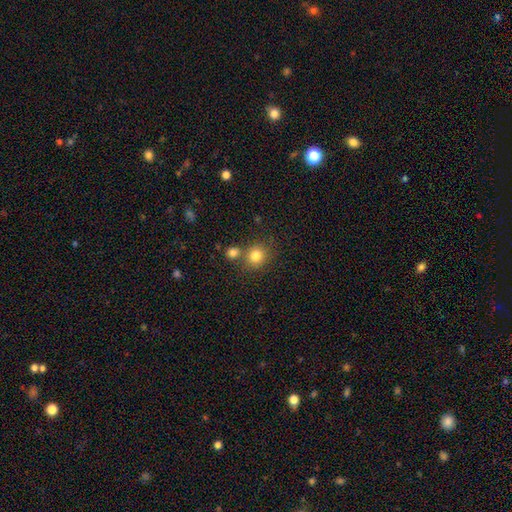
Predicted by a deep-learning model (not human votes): This appears to be a smooth galaxy with no disk features (81%) that is round (84%). Merging: none (66%).